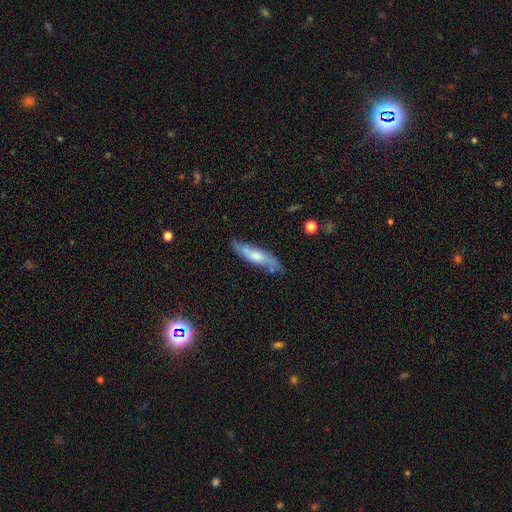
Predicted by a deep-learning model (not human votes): Smooth or featured? Predicted: featured or disk (p=0.47, tied with smooth). Merging? Predicted: none (p=0.76).